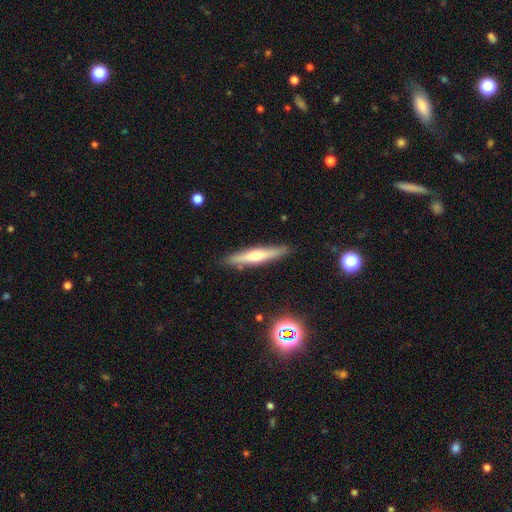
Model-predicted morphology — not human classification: A featured or disk galaxy (54%) viewed edge-on (95%) with a rounded central bulge (83%).

Vote fractions:
- Smooth or featured? featured or disk: 54% / smooth: 38% / star or artifact: 8%
- Edge-on disk? yes: 95% / no: 5%
- Edge-on bulge? rounded: 83% / none: 11% / boxy: 6%
- Merging? none: 89% / minor disturbance: 7% / major disturbance: 2% / merger: 2%